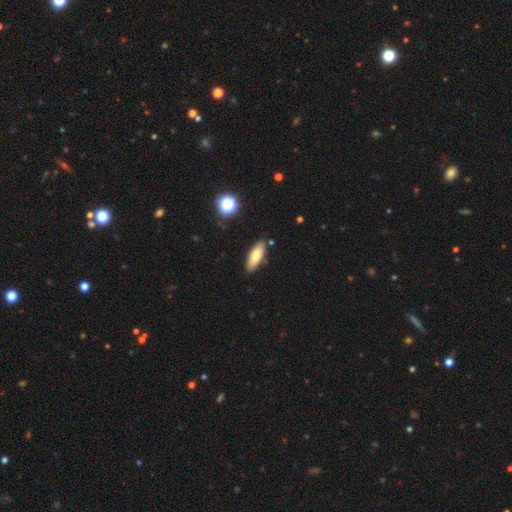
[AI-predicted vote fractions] The model was most divided on "how rounded": in between: 68%, cigar-shaped: 30%, round: 2%. More confident: merging — none (87%); smooth or featured — smooth (71%).